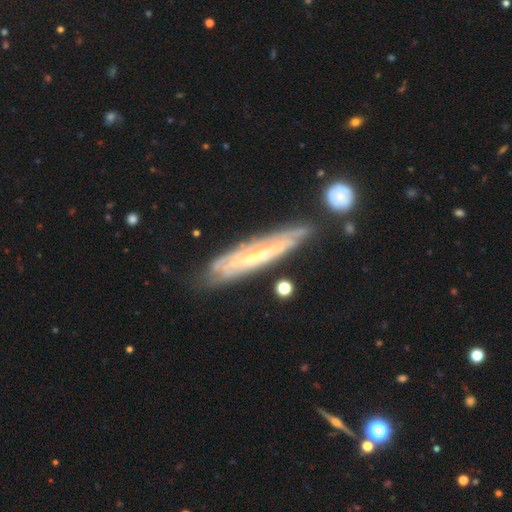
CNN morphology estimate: A featured or disk galaxy (72%) viewed edge-on (53%).

Vote fractions:
- Smooth or featured? featured or disk: 72% / smooth: 21% / star or artifact: 7%
- Edge-on disk? yes: 53% / no: 47%
- Merging? none: 67% / minor disturbance: 20% / major disturbance: 7% / merger: 6%